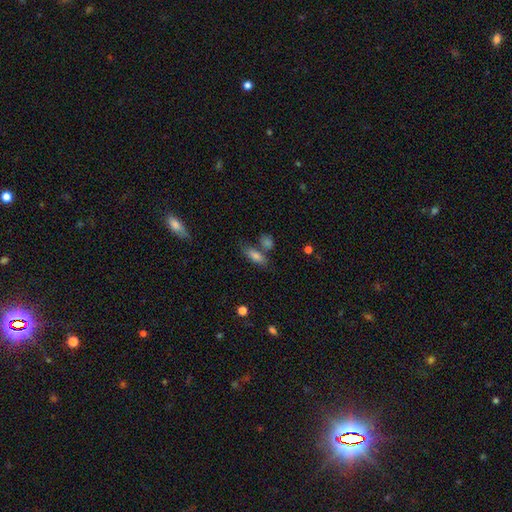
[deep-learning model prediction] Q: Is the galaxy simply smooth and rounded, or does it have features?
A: smooth — 74%.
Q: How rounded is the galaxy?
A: in between — 64%.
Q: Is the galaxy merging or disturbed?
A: none — 57%.